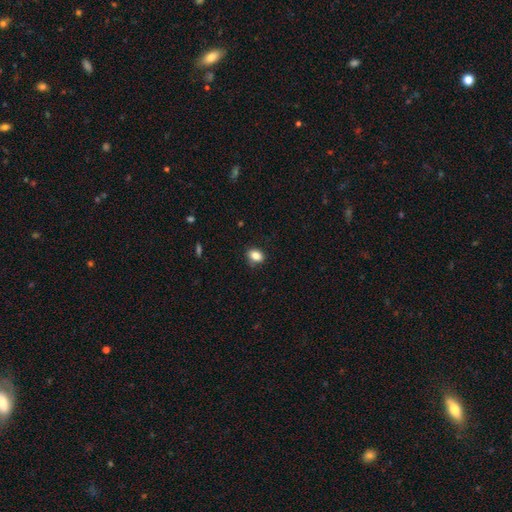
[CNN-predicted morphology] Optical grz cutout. It shows a smooth galaxy with no disk features (85%) that is in between round and cigar-shaped (72%). Merging: none (82%).